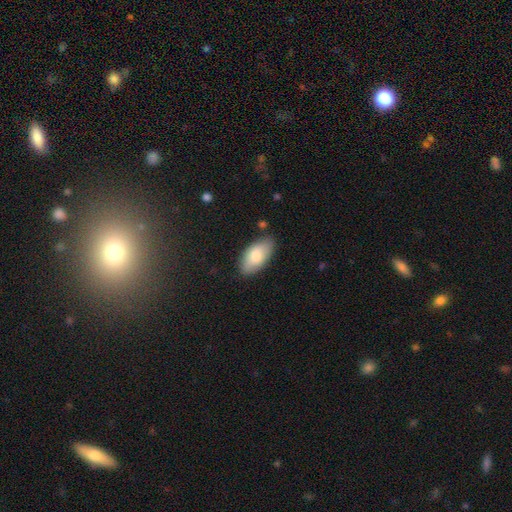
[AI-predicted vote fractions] Smooth or featured? Predicted: smooth (p=0.79). How rounded? Predicted: in between (p=0.94). Merging? Predicted: none (p=0.79).